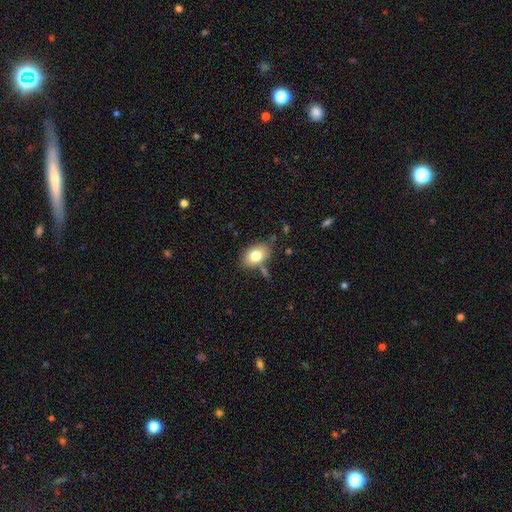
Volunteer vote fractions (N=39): A smooth galaxy with no disk features (82%) that is in between round and cigar-shaped (78%).

Vote fractions:
- Smooth or featured? smooth: 82% / featured or disk: 10% / star or artifact: 8%
- How rounded? in between: 78% / round: 19% / cigar-shaped: 3%
- Merging? none: 64% / minor disturbance: 17% / merger: 14% / major disturbance: 6%